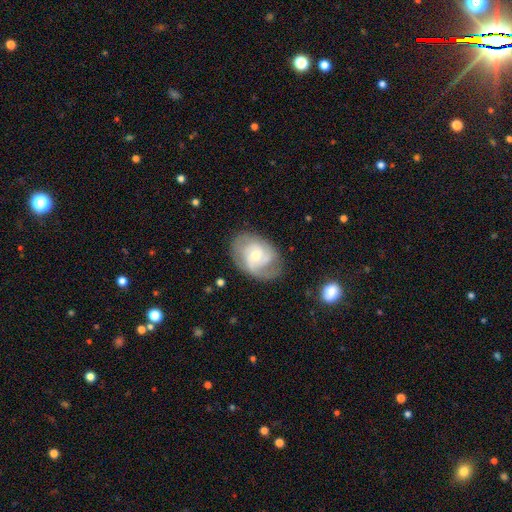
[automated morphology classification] Smooth or featured? Predicted: featured or disk (p=0.71). Edge-on disk? Predicted: no (p=0.97). Bar? Predicted: no (p=0.67). Spiral arms? Predicted: yes (p=0.88). Spiral winding? Predicted: medium (p=0.43). Spiral arm count? Predicted: 2 (p=0.40). Bulge size? Predicted: small (p=0.52). Merging? Predicted: none (p=0.67).